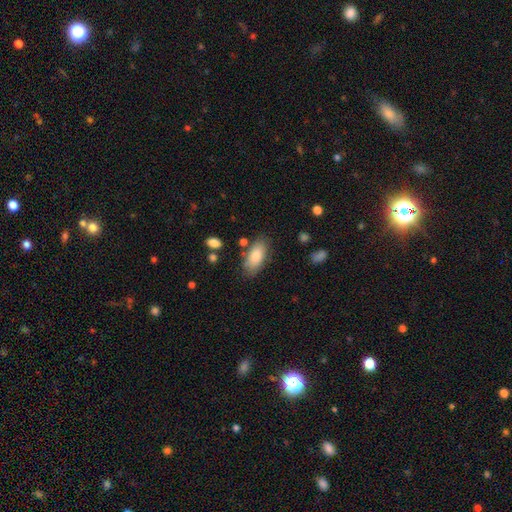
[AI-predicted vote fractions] smooth 82%, featured or disk 12%, star or artifact 6%. Down the decision tree: how rounded — in between (91%); merging — none (78%).